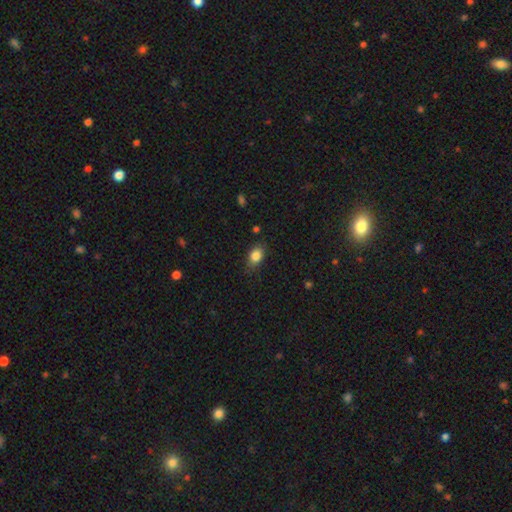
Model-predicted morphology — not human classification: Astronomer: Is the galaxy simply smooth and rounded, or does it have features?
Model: smooth — 85%.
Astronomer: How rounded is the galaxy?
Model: in between — 77%.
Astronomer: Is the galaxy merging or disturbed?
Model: none — 79%.